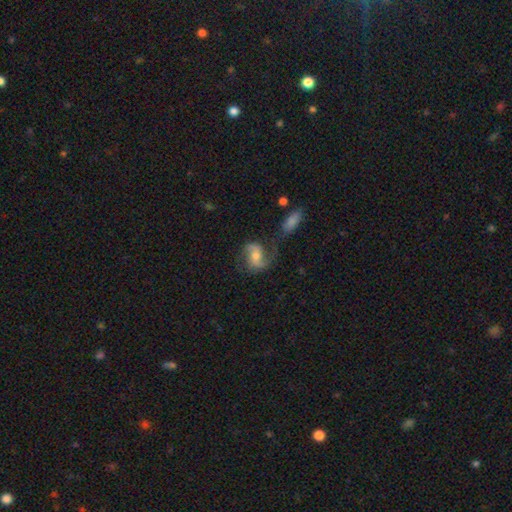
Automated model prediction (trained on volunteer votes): Q: Smooth or featured?
A: featured or disk (83%); runner-up: smooth (11%)
Q: Edge-on disk?
A: no (97%); runner-up: yes (3%)
Q: Bar?
A: no (43%); runner-up: weak (41%)
Q: Spiral arms?
A: yes (96%); runner-up: no (4%)
Q: Spiral winding?
A: medium (47%); runner-up: loose (39%)
Q: Spiral arm count?
A: 2 (91%); runner-up: can't tell (3%)
Q: Bulge size?
A: moderate (58%); runner-up: small (32%)
Q: Merging?
A: none (64%); runner-up: minor disturbance (17%)